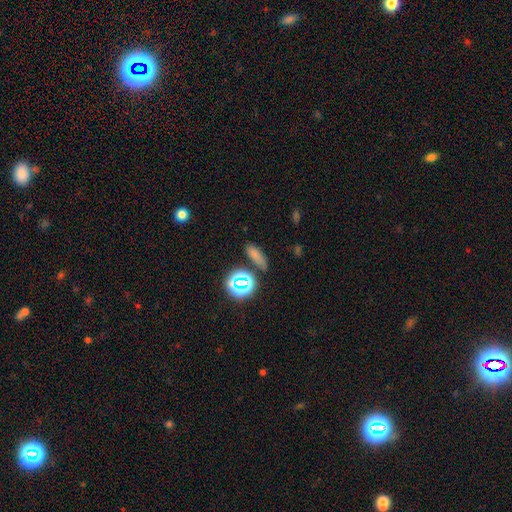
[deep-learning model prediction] smooth 69%, star or artifact 23%, featured or disk 8%. Down the decision tree: how rounded — in between (57%); merging — none (75%).